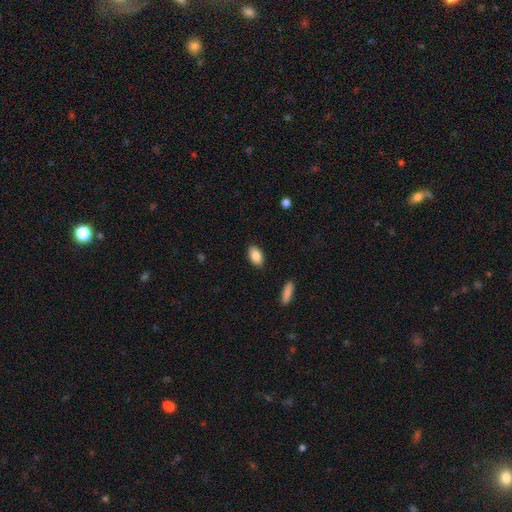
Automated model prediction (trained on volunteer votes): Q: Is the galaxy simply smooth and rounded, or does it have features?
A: smooth — 87%.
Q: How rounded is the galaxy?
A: in between — 92%.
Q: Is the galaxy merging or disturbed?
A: none — 88%.